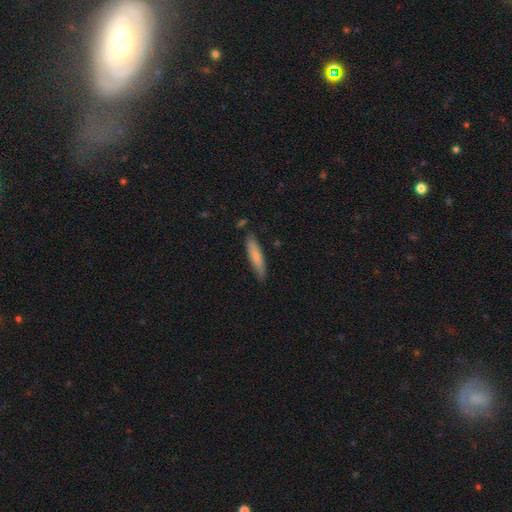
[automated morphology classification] smooth 77%, featured or disk 17%, star or artifact 6%. Down the decision tree: how rounded — cigar-shaped (83%); merging — none (81%).